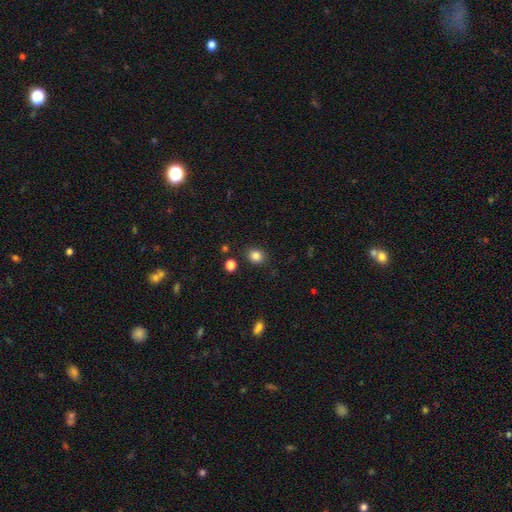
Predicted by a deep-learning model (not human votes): smooth_or_featured: smooth (p=0.84) [alt: star or artifact p=0.11]
how_rounded: round (p=0.67) [alt: in between p=0.32]
merging: none (p=0.85) [alt: minor disturbance p=0.09]